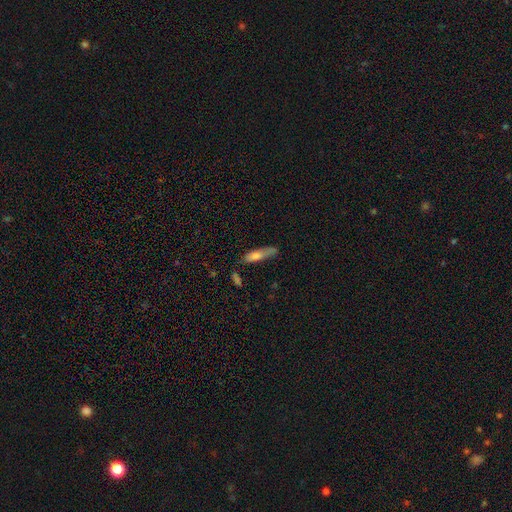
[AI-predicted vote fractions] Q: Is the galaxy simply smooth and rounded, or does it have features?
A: smooth — 65%.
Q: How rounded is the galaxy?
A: cigar-shaped — 70%.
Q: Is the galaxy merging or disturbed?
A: none — 58%.